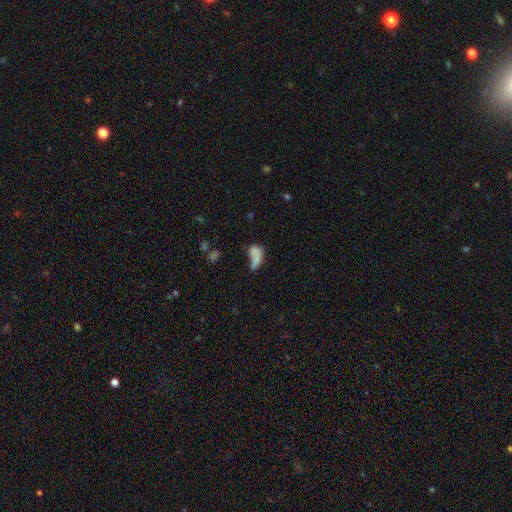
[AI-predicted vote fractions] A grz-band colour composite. It shows a smooth galaxy with no disk features (68%) that is in between round and cigar-shaped (78%). Merging: merger (37%).